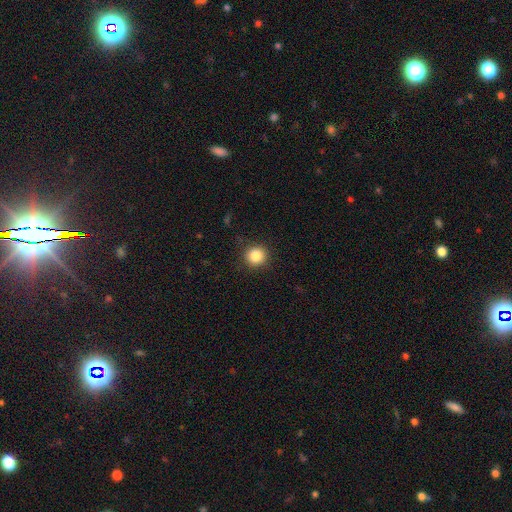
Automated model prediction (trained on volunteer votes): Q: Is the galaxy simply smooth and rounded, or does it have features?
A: smooth — 85%.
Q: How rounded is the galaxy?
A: round — 93%.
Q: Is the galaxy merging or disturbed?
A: none — 89%.